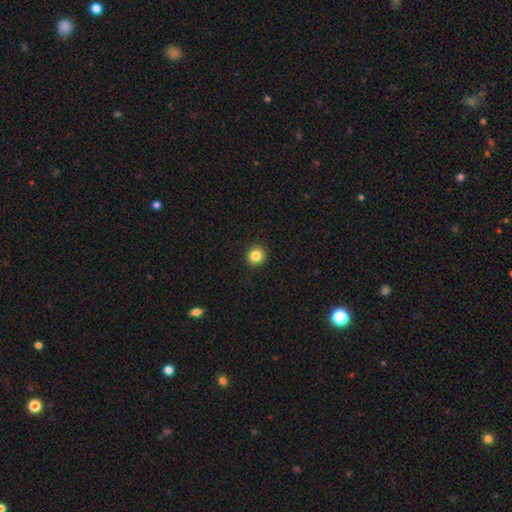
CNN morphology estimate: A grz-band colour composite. It shows a smooth galaxy with no disk features (85%) that is round (93%). Merging: none (93%).